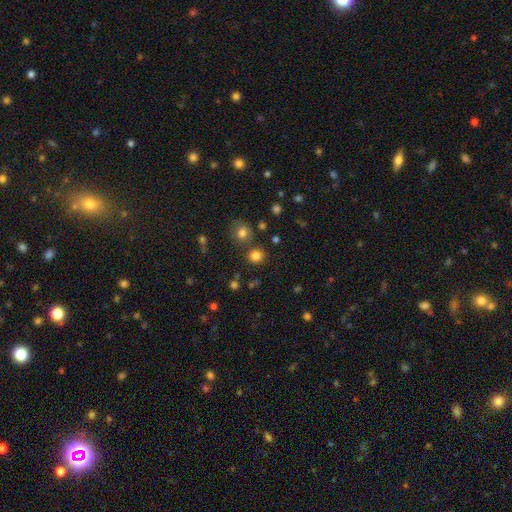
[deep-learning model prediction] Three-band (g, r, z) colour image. It shows a smooth galaxy with no disk features (80%) that is round (89%). Merging: none (80%).